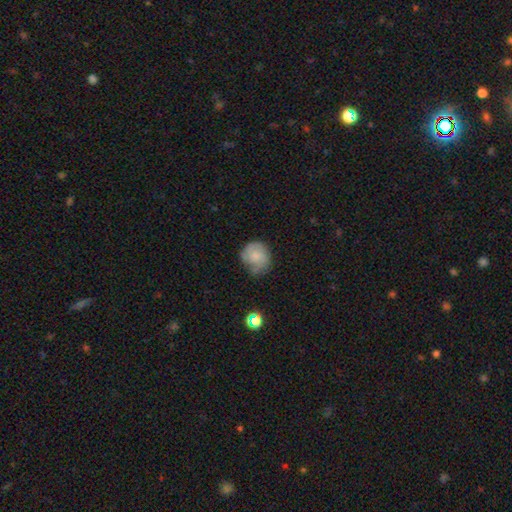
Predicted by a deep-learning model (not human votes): A smooth galaxy with no disk features (62%) that is round (77%). Merging: none (53%).